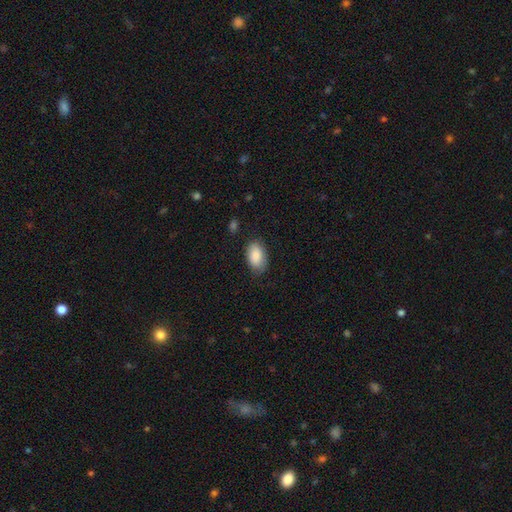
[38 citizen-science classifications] Q: Smooth or featured?
A: smooth (87%); runner-up: star or artifact (8%)
Q: How rounded?
A: in between (91%); runner-up: round (6%)
Q: Merging?
A: none (86%); runner-up: minor disturbance (9%)